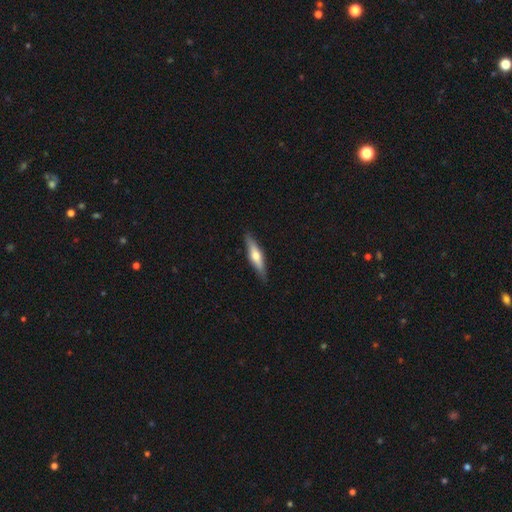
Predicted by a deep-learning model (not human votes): smooth-or-featured: featured or disk: 48% | smooth: 47% | star or artifact: 5%
  merging: none: 87% | minor disturbance: 10% | major disturbance: 2% | merger: 1%